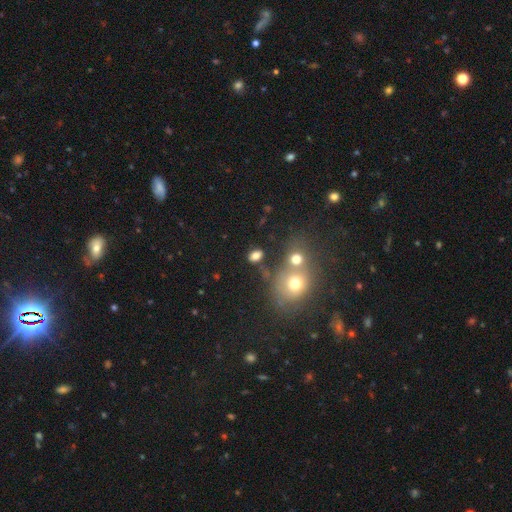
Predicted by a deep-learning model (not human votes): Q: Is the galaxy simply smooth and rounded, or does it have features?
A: smooth — 78%.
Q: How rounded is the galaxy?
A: in between — 75%.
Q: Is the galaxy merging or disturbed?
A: none — 67%.